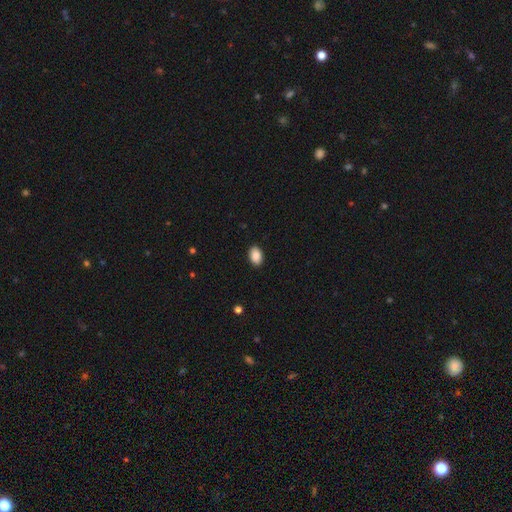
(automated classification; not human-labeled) smooth-or-featured: smooth: 89% | star or artifact: 8% | featured or disk: 3%
  how-rounded: in between: 85% | round: 14% | cigar-shaped: 1%
  merging: none: 90% | minor disturbance: 7% | major disturbance: 2% | merger: 1%